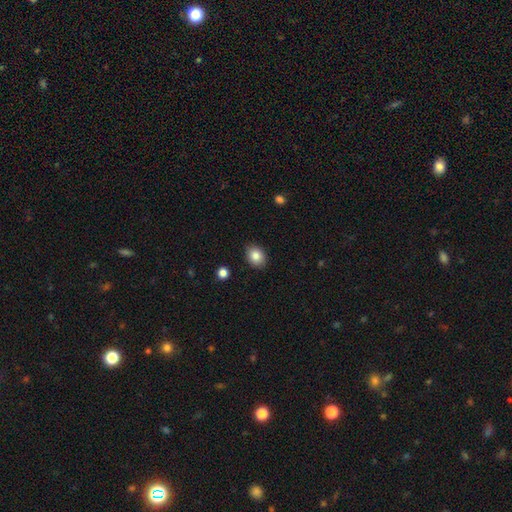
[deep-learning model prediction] Overall: smooth (85%). How rounded: in between (63%; round 36%). Merging: none (88%).